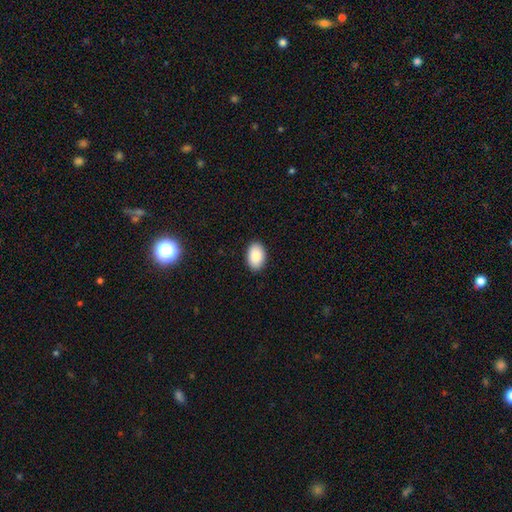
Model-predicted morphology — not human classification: smooth 89%, star or artifact 7%, featured or disk 5%. Down the decision tree: how rounded — in between (89%); merging — none (90%).